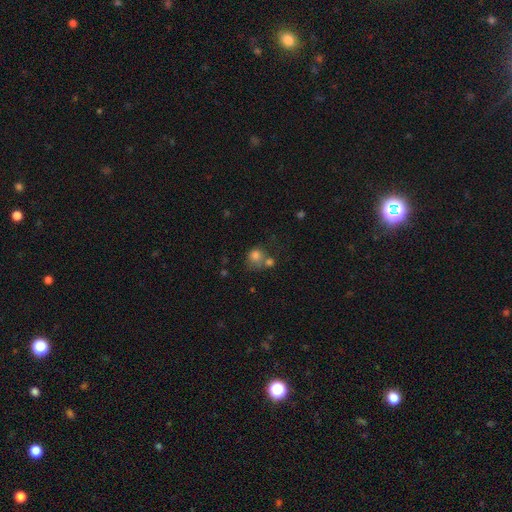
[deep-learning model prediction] Smooth or featured? smooth (78%)
How rounded? round (77%)
Merging? merger (39%)